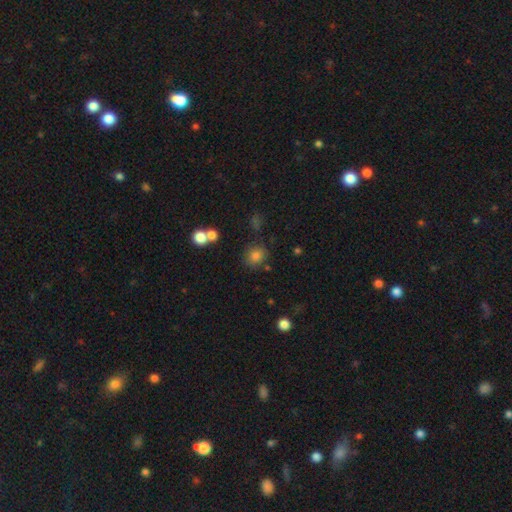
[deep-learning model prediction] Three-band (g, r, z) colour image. It shows a smooth galaxy with no disk features (81%) that is round (79%). Merging: none (76%).